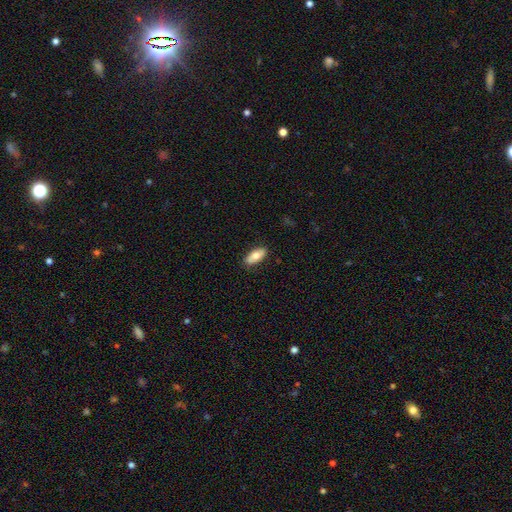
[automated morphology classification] Overall: smooth (72%). How rounded: in between (83%). Merging: none (85%).